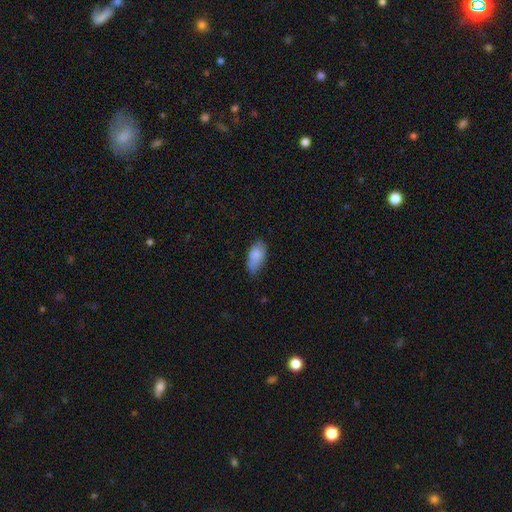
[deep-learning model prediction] A smooth galaxy with no disk features (85%) that is in between round and cigar-shaped (93%).

Vote fractions:
- Smooth or featured? smooth: 85% / featured or disk: 9% / star or artifact: 7%
- How rounded? in between: 93% / cigar-shaped: 4% / round: 3%
- Merging? none: 67% / minor disturbance: 27% / major disturbance: 5% / merger: 1%